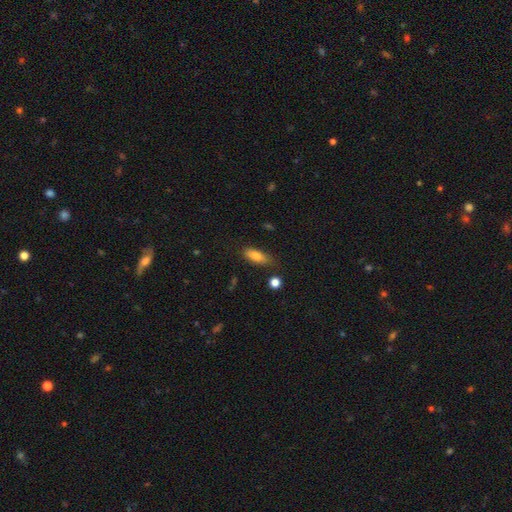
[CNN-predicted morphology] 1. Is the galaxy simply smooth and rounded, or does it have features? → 80% smooth, 12% featured or disk, 8% star or artifact.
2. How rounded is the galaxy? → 75% in between, 21% cigar-shaped, 3% round.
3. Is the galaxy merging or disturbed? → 68% none, 23% minor disturbance, 6% major disturbance, 3% merger.